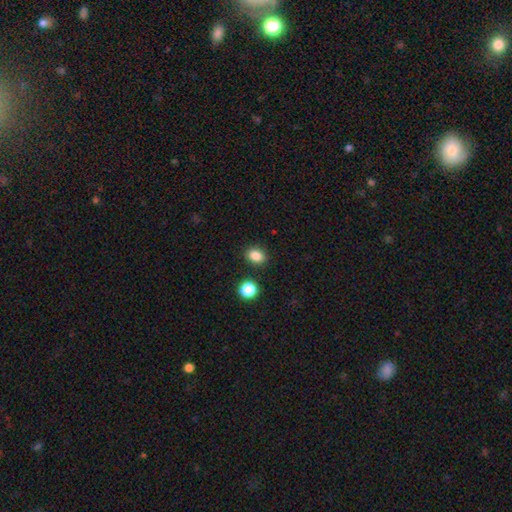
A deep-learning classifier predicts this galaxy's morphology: Smooth or featured? smooth (84%)
How rounded? in between (54%)
Merging? none (86%)